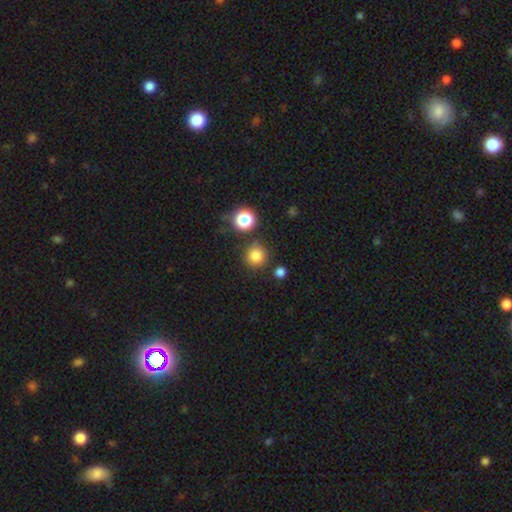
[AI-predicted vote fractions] Smooth or featured? smooth (80%)
How rounded? round (93%)
Merging? none (81%)